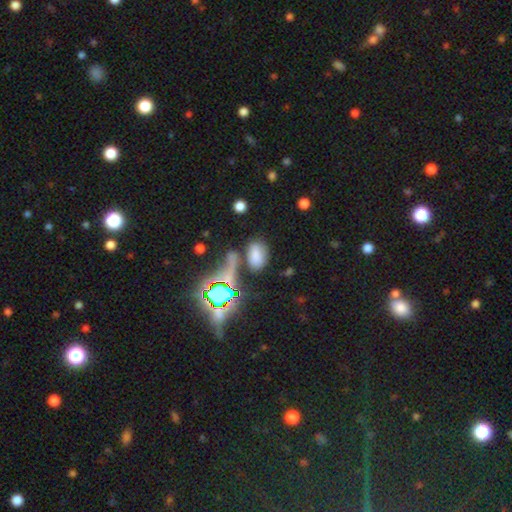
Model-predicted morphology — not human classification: Smooth or featured: smooth — 71% (star or artifact — 17%)
How rounded: in between — 89% (round — 8%)
Merging: none — 57% (minor disturbance — 17%)